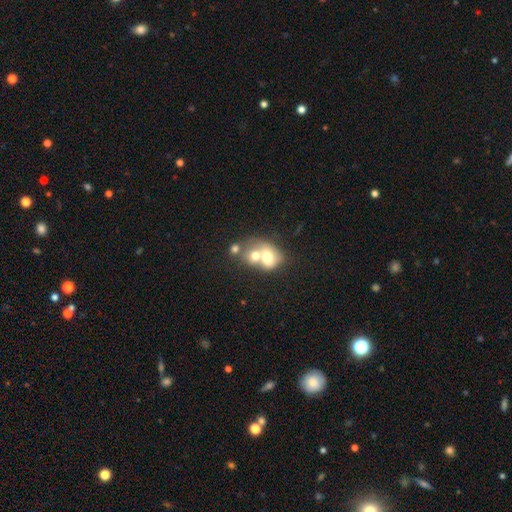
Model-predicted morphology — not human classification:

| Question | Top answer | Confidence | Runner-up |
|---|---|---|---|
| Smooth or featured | smooth | 63% | featured or disk (27%) |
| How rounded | in between | 51% | round (48%) |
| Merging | merger | 71% | none (17%) |